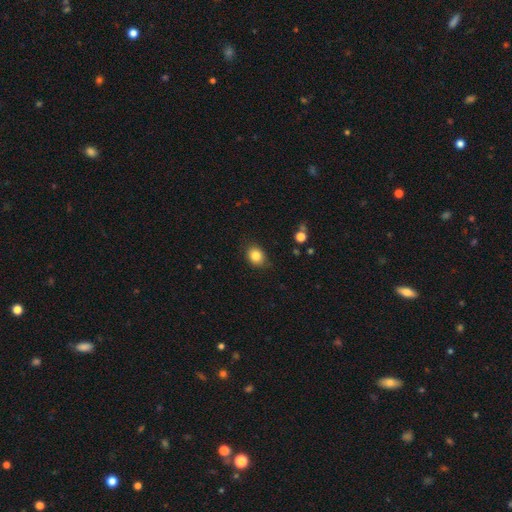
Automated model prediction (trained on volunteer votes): Morphology: type=smooth (84%); roundness=round (54%); merging=none (81%).